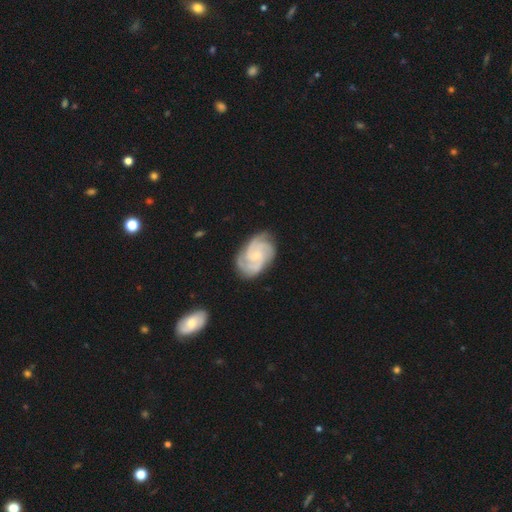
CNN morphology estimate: smooth-or-featured: featured or disk: 88% | smooth: 7% | star or artifact: 5%
  disk-edge-on: no: 98% | yes: 2%
    bar: no: 63% | weak: 31% | strong: 6%
    has-spiral-arms: yes: 98% | no: 2%
      spiral-winding: tight: 61% | medium: 34% | loose: 5%
      spiral-arm-count: 3: 46% | 4: 19% | 2: 14% | can't tell: 12% | more than 4: 5% | 1: 5%
    bulge-size: small: 66% | moderate: 23% | none: 8% | large: 2% | dominant: 1%
  merging: none: 77% | minor disturbance: 17% | major disturbance: 5% | merger: 1%